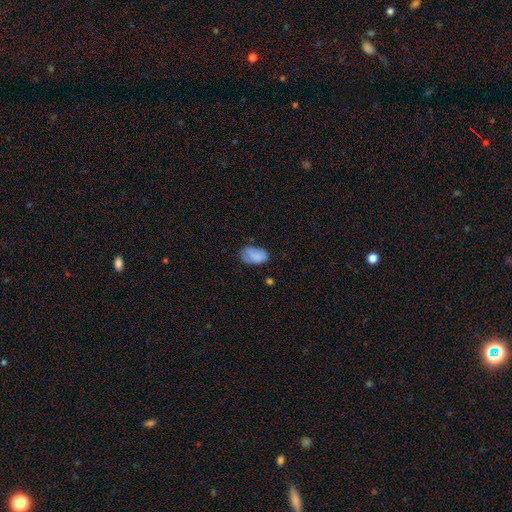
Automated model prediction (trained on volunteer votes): Smooth or featured: smooth — 79% (featured or disk — 12%)
How rounded: in between — 91% (round — 7%)
Merging: none — 60% (minor disturbance — 29%)